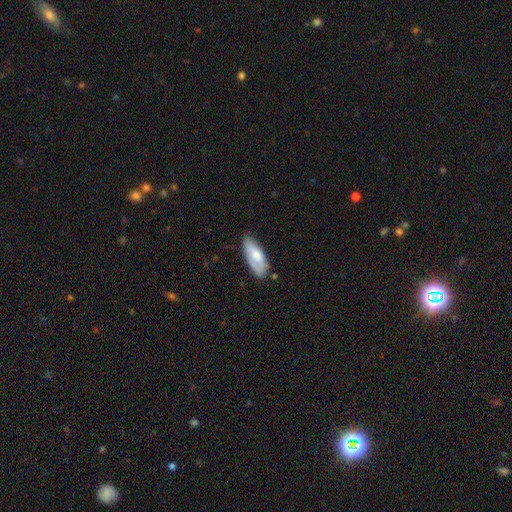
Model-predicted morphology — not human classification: Smooth or featured? Predicted: smooth (p=0.71). How rounded? Predicted: in between (p=0.76). Merging? Predicted: none (p=0.64).